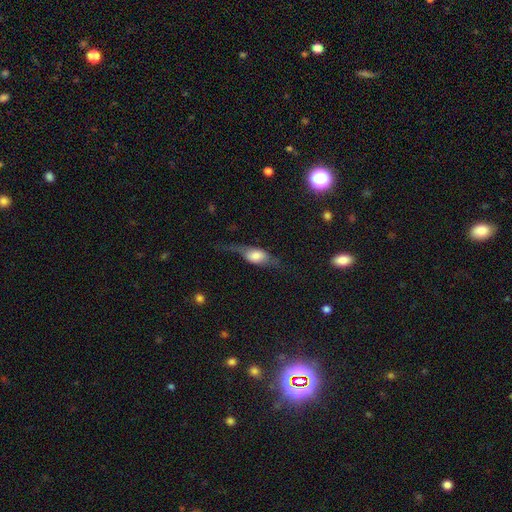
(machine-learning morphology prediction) smooth_or_featured: featured or disk (p=0.48) [alt: smooth p=0.44]
merging: none (p=0.46) [alt: major disturbance p=0.27]